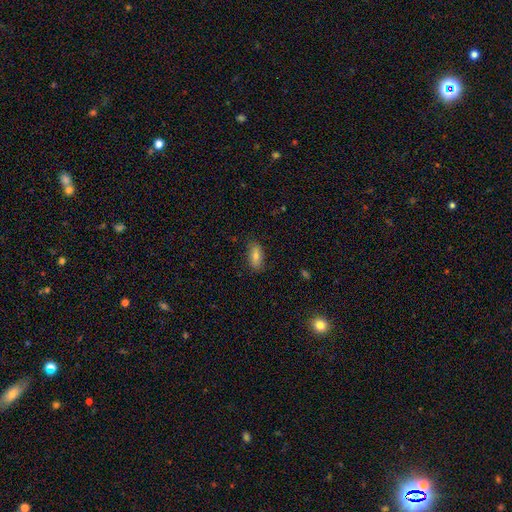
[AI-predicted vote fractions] smooth_or_featured: smooth (p=0.75) [alt: featured or disk p=0.15]
how_rounded: in between (p=0.84) [alt: cigar-shaped p=0.13]
merging: none (p=0.84) [alt: minor disturbance p=0.12]